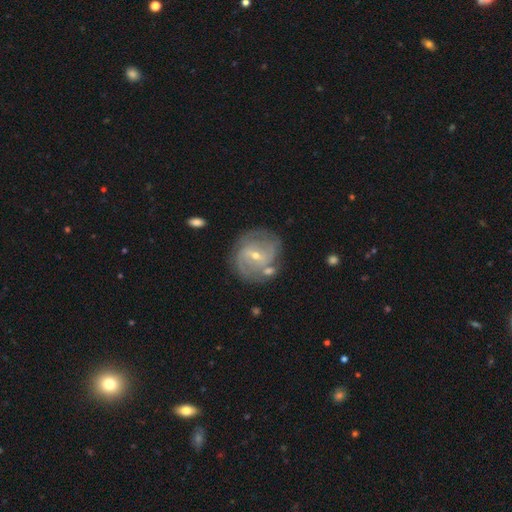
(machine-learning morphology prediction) This appears to be a featured or disk galaxy (79%) with a weak bar (51%), 2 (52%) tight (42%) spiral arms (87%) and a small central bulge (63%). Merging: none (69%).